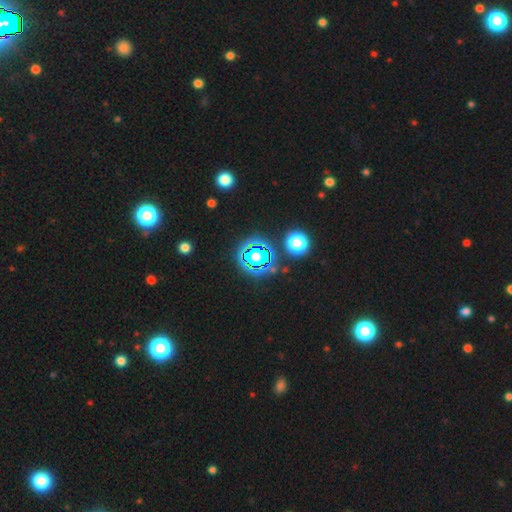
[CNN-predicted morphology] Q: Smooth or featured?
A: star or artifact (62%); runner-up: smooth (26%)